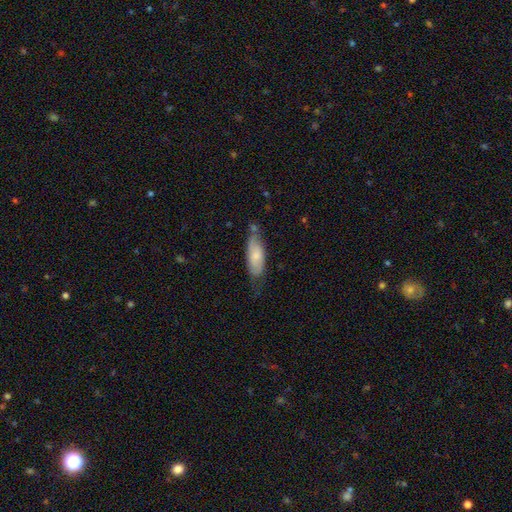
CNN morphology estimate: Q: Smooth or featured?
A: smooth (70%); runner-up: featured or disk (24%)
Q: How rounded?
A: in between (69%); runner-up: cigar-shaped (29%)
Q: Merging?
A: none (51%); runner-up: minor disturbance (33%)